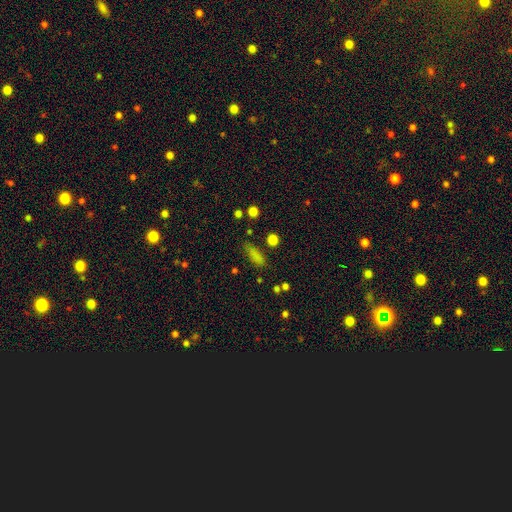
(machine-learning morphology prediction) smooth 79%, star or artifact 14%, featured or disk 7%. Down the decision tree: how rounded — in between (53%); merging — none (72%).